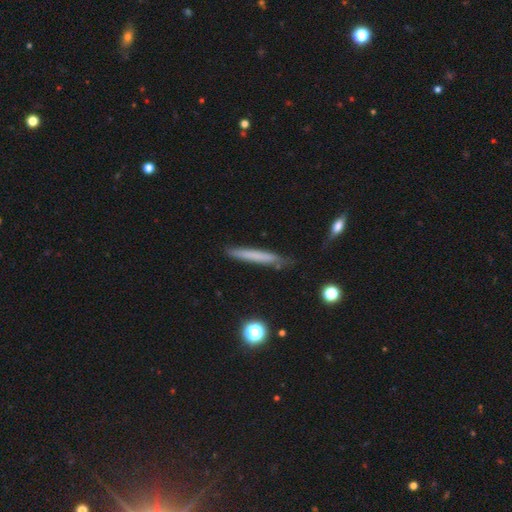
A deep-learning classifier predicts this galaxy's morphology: A smooth galaxy with no disk features (65%) that is cigar-shaped (96%). Merging: none (78%).